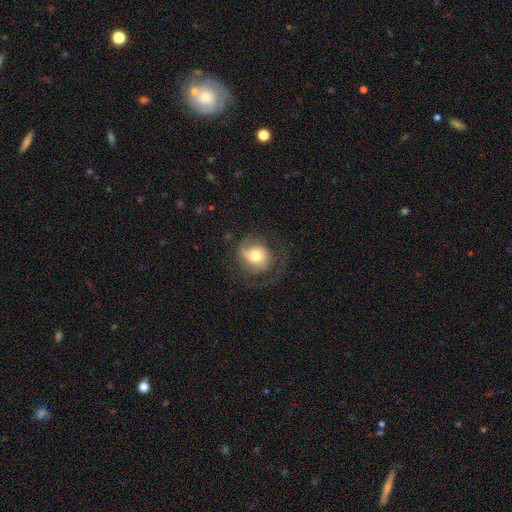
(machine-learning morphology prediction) smooth-or-featured: featured or disk: 52% | smooth: 40% | star or artifact: 8%
  disk-edge-on: no: 97% | yes: 3%
    bar: no: 72% | weak: 23% | strong: 5%
    has-spiral-arms: yes: 85% | no: 15%
    bulge-size: moderate: 65% | large: 18% | small: 14% | dominant: 2% | none: 1%
  merging: none: 56% | major disturbance: 24% | minor disturbance: 19% | merger: 1%